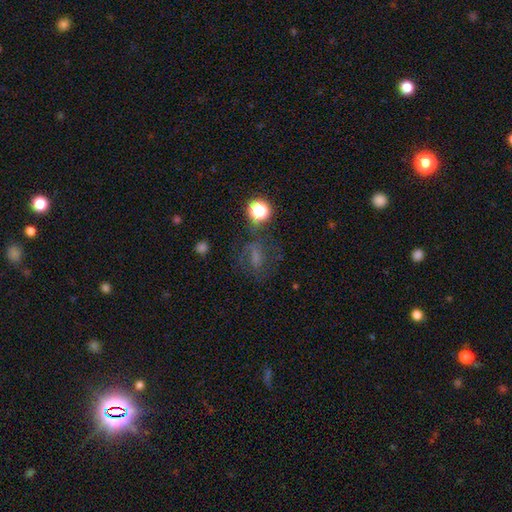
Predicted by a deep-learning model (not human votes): Smooth or featured? Predicted: smooth (p=0.36). Merging? Predicted: none (p=0.58).